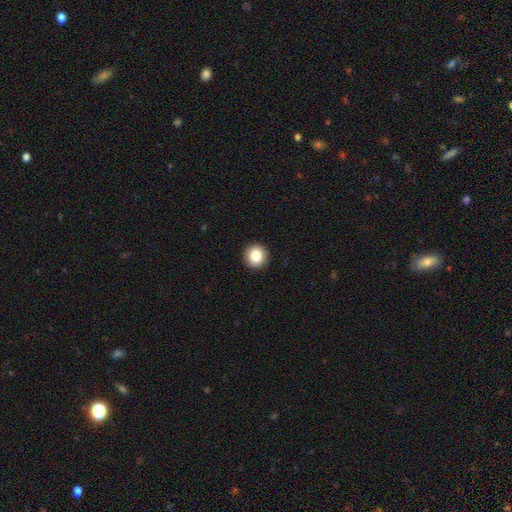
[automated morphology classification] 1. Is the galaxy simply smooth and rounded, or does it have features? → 84% smooth, 9% star or artifact, 7% featured or disk.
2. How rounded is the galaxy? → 90% round, 9% in between, 1% cigar-shaped.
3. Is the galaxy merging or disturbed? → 92% none, 5% minor disturbance, 2% major disturbance, 1% merger.